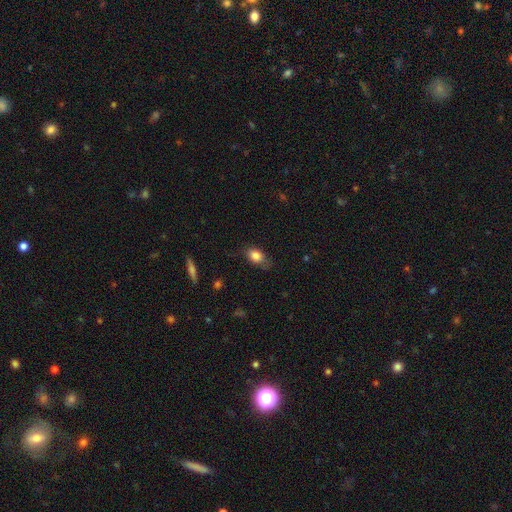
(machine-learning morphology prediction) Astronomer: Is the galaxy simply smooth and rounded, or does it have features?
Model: smooth — 83%.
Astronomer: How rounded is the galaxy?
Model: in between — 80%.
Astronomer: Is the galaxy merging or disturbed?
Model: none — 66%.